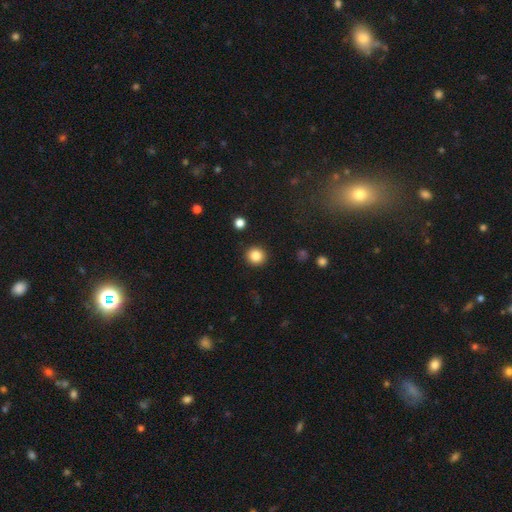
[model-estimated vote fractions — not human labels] smooth-or-featured: smooth: 85% | star or artifact: 10% | featured or disk: 5%
  how-rounded: round: 92% | in between: 7% | cigar-shaped: 1%
  merging: none: 92% | minor disturbance: 5% | major disturbance: 2% | merger: 1%